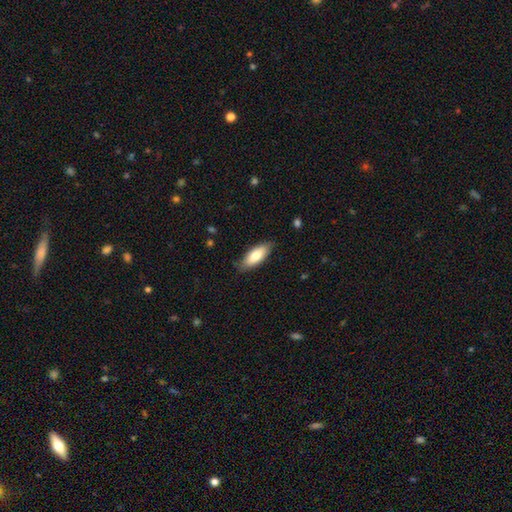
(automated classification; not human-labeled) A smooth galaxy with no disk features (77%) that is in between round and cigar-shaped (79%).

Vote fractions:
- Smooth or featured? smooth: 77% / featured or disk: 17% / star or artifact: 6%
- How rounded? in between: 79% / cigar-shaped: 19% / round: 2%
- Merging? none: 81% / minor disturbance: 16% / major disturbance: 2% / merger: 1%